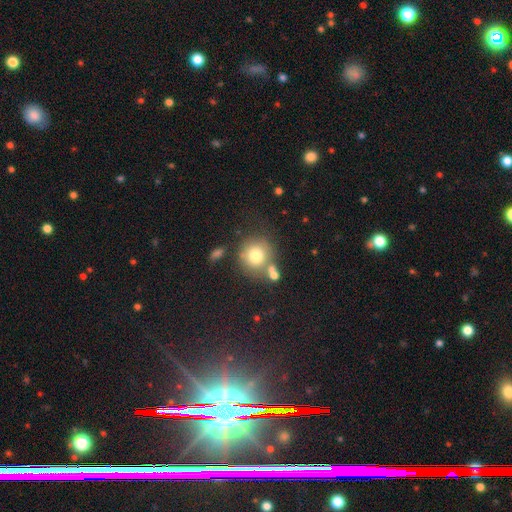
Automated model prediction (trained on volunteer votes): A smooth galaxy with no disk features (75%) that is round (87%).

Vote fractions:
- Smooth or featured? smooth: 75% / featured or disk: 14% / star or artifact: 11%
- How rounded? round: 87% / in between: 12% / cigar-shaped: 1%
- Merging? none: 60% / merger: 20% / minor disturbance: 14% / major disturbance: 6%